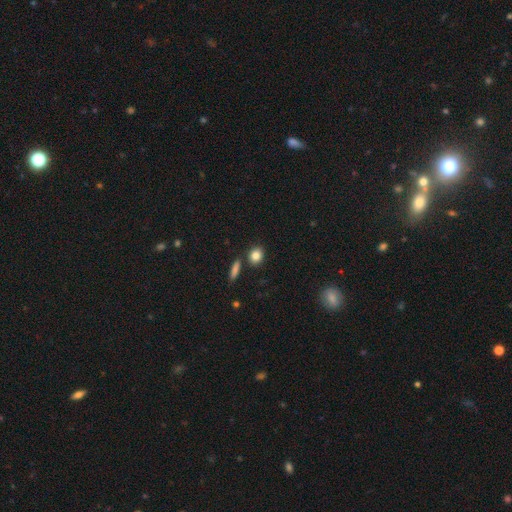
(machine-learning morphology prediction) Q: Smooth or featured?
A: smooth (84%); runner-up: star or artifact (9%)
Q: How rounded?
A: round (61%); runner-up: in between (36%)
Q: Merging?
A: none (82%); runner-up: minor disturbance (9%)